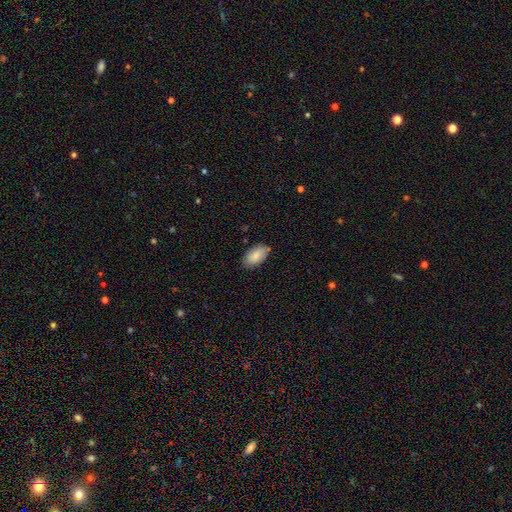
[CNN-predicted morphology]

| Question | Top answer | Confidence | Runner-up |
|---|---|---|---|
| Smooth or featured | smooth | 86% | featured or disk (8%) |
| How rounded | in between | 95% | round (4%) |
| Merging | none | 83% | minor disturbance (12%) |